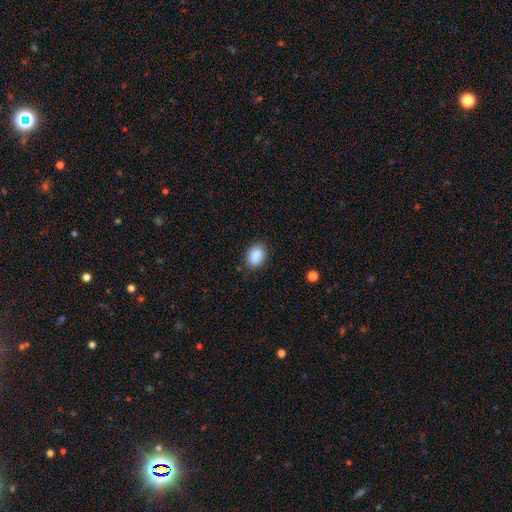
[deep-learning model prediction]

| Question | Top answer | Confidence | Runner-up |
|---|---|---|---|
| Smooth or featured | smooth | 89% | star or artifact (8%) |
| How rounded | in between | 70% | round (29%) |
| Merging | none | 86% | minor disturbance (10%) |